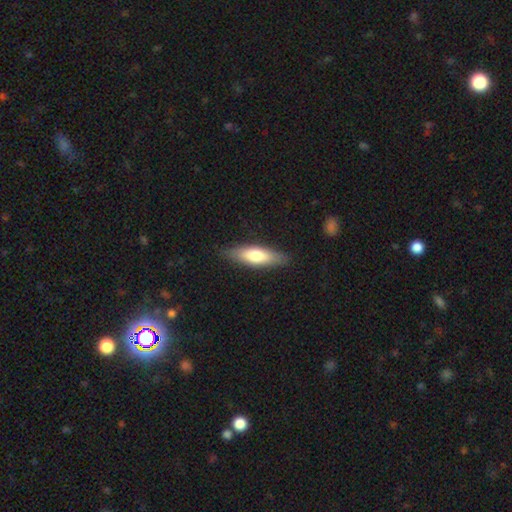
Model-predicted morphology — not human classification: smooth-or-featured: smooth: 67% | featured or disk: 27% | star or artifact: 5%
  how-rounded: cigar-shaped: 51% | in between: 47% | round: 2%
  merging: none: 85% | minor disturbance: 12% | major disturbance: 2% | merger: 1%